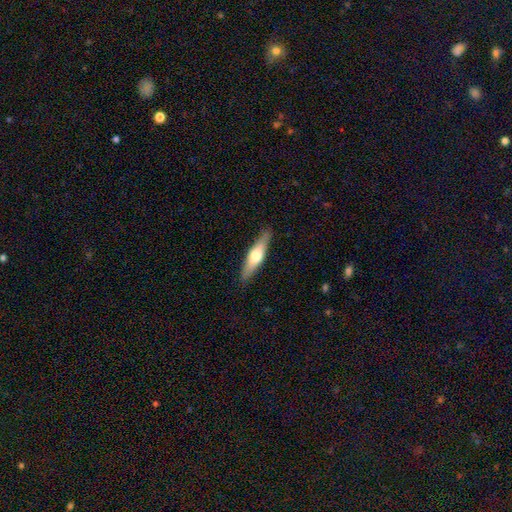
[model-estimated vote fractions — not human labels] This is possibly a smooth galaxy (48%). Merging: clearly none (88%).